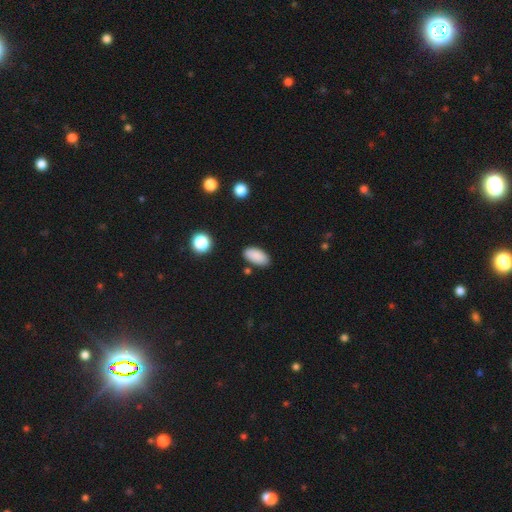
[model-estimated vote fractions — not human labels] Smooth or featured?
  - smooth: 88% *
  - star or artifact: 8%
  - featured or disk: 4%
How rounded?
  - in between: 93% *
  - cigar-shaped: 4%
  - round: 3%
Merging?
  - none: 84% *
  - minor disturbance: 11%
  - merger: 3%
  - major disturbance: 2%